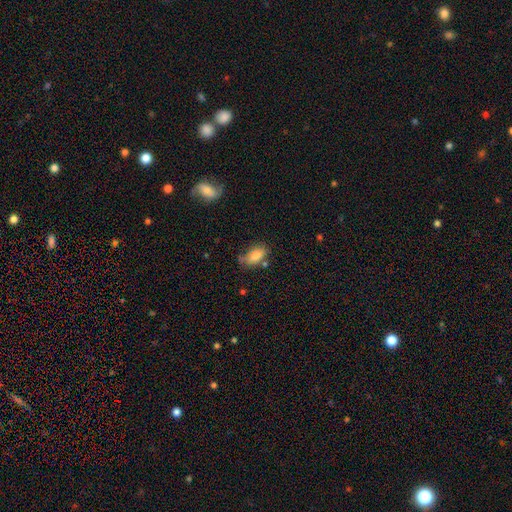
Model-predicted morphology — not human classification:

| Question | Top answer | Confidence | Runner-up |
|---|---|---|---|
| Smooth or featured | smooth | 82% | featured or disk (10%) |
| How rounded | in between | 90% | cigar-shaped (5%) |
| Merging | none | 57% | minor disturbance (27%) |